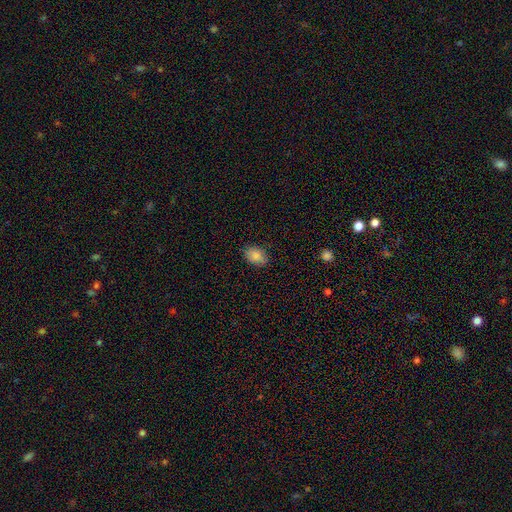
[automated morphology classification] A smooth galaxy with no disk features (85%) that is in between round and cigar-shaped (79%).

Vote fractions:
- Smooth or featured? smooth: 85% / star or artifact: 8% / featured or disk: 6%
- How rounded? in between: 79% / round: 20% / cigar-shaped: 1%
- Merging? none: 83% / minor disturbance: 13% / major disturbance: 3% / merger: 1%